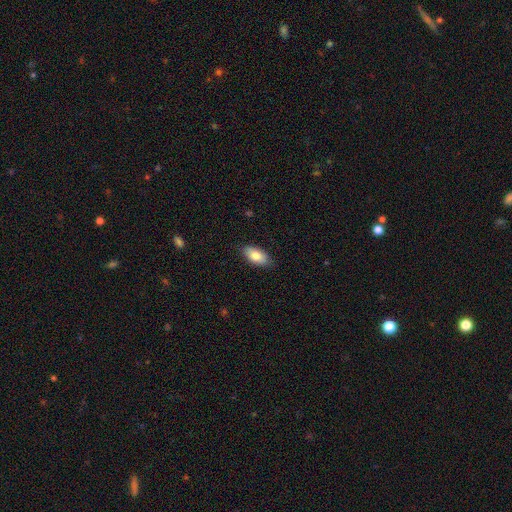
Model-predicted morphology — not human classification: type=smooth (83%); roundness=in between (91%); merging=none (86%).